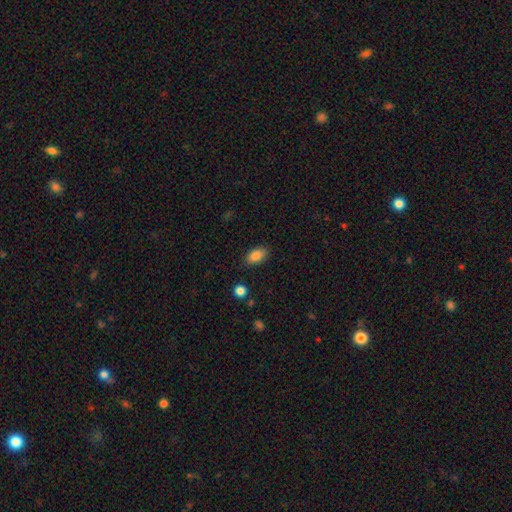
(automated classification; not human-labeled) This is clearly a smooth galaxy (87%). How rounded: clearly in between (91%). Merging: clearly none (85%).